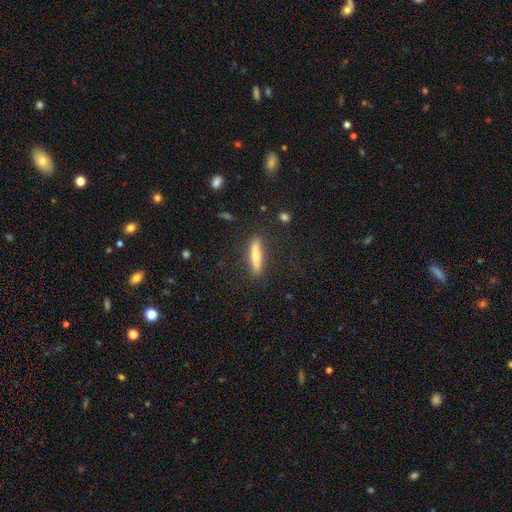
Q: Smooth or featured?
A: smooth (47%); runner-up: featured or disk (45%)
Q: How rounded?
A: cigar-shaped (94%); runner-up: in between (6%)
Q: Merging?
A: none (83%); runner-up: minor disturbance (17%)